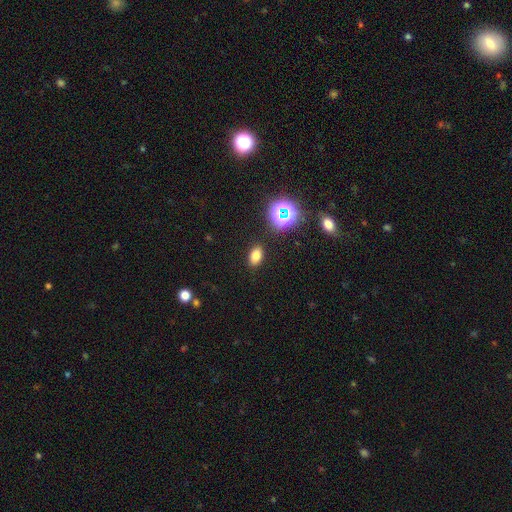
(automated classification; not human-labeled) This is likely a smooth galaxy (74%). How rounded: clearly in between (87%). Merging: clearly none (88%).